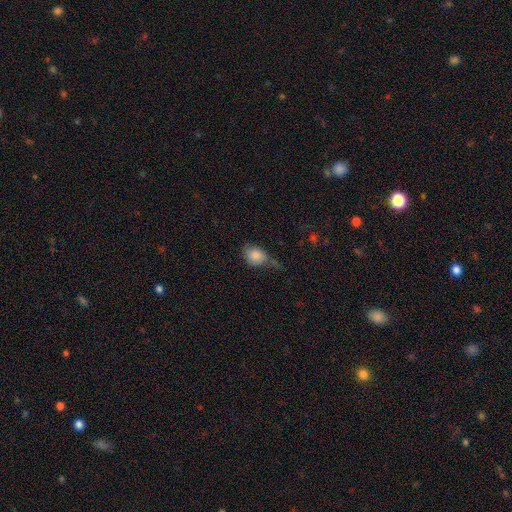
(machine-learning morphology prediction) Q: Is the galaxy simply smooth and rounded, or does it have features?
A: smooth — 85%.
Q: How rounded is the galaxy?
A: in between — 63%.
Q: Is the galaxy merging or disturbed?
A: none — 41%.